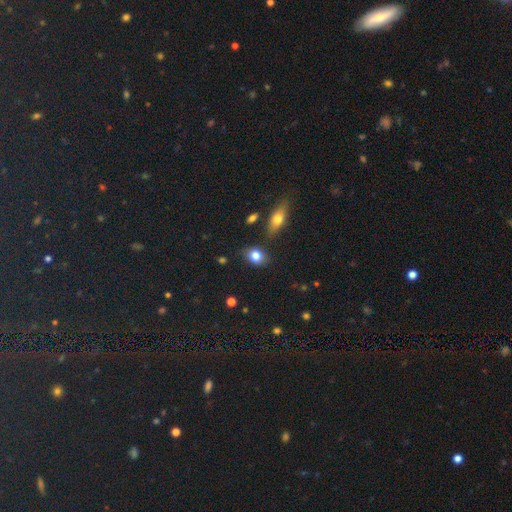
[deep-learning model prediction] Smooth or featured? smooth (82%)
How rounded? in between (61%)
Merging? none (79%)